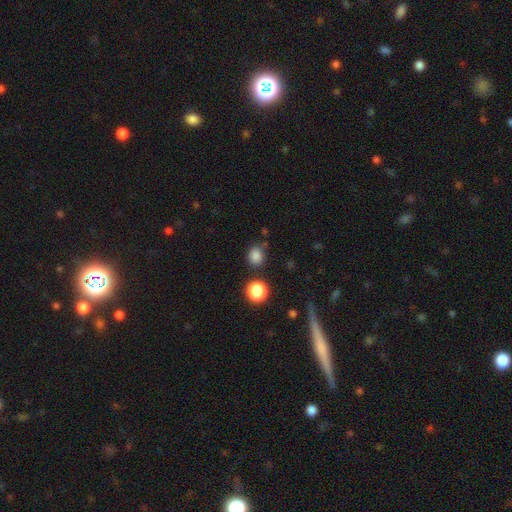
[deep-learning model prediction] Overall: smooth (82%). How rounded: round (74%). Merging: none (76%).